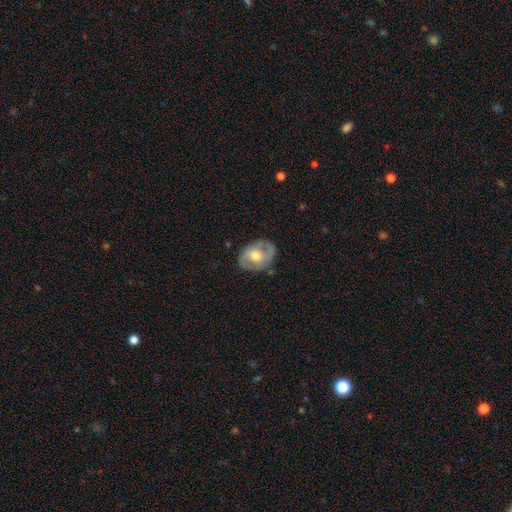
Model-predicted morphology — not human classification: A featured or disk galaxy (65%) with no bar (51%), spiral arms (69%) and a moderate central bulge (69%). Merging: none (74%).